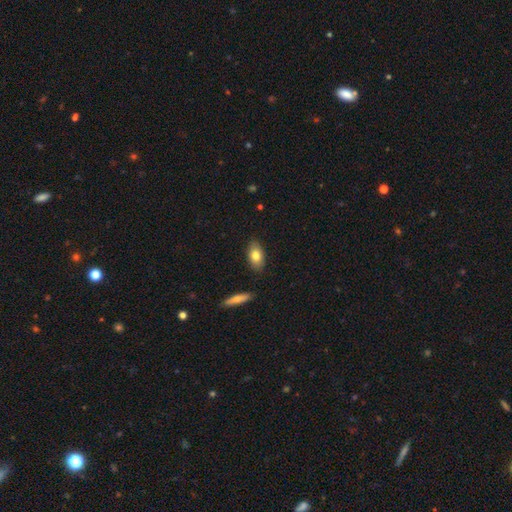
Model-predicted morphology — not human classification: type=smooth (78%); roundness=in between (90%); merging=none (86%).